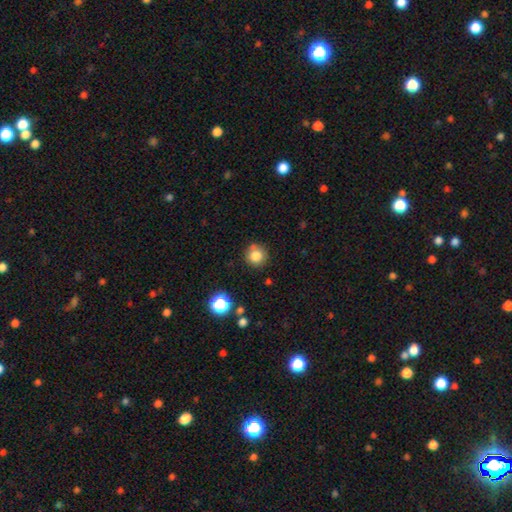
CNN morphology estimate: This is clearly a smooth galaxy (82%). How rounded: clearly round (92%). Merging: likely none (79%).